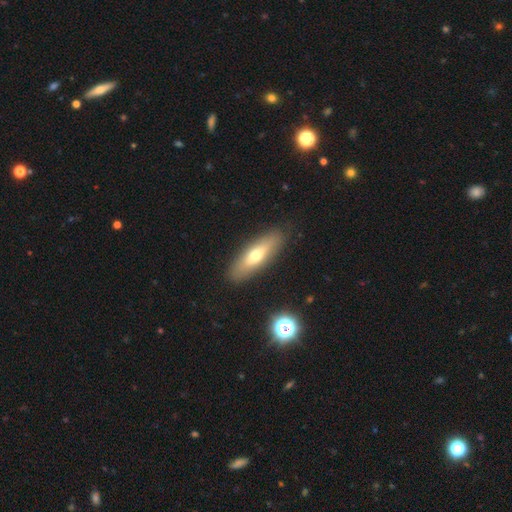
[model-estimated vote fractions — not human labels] Morphology: type=smooth (58%); roundness=cigar-shaped (60%); merging=none (88%).